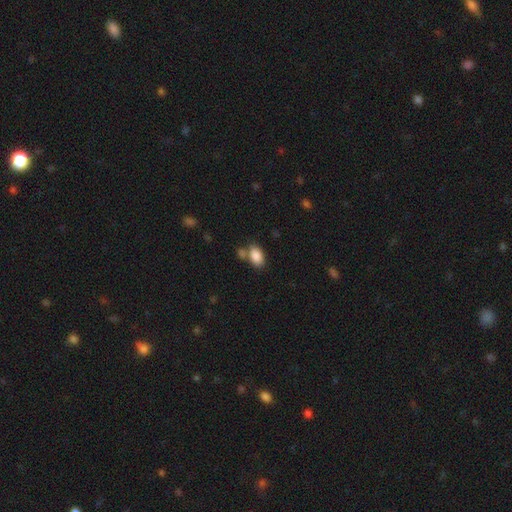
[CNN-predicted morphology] A smooth galaxy with no disk features (87%) that is in between round and cigar-shaped (90%).

Vote fractions:
- Smooth or featured? smooth: 87% / star or artifact: 8% / featured or disk: 5%
- How rounded? in between: 90% / round: 8% / cigar-shaped: 2%
- Merging? none: 61% / merger: 22% / minor disturbance: 13% / major disturbance: 4%